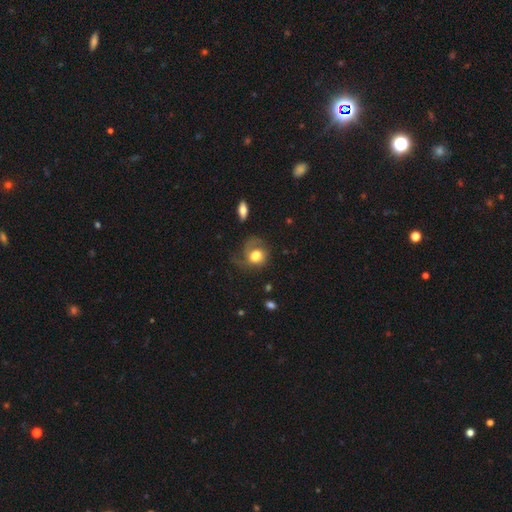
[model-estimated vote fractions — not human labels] A smooth galaxy with no disk features (56%) that is round (63%).

Vote fractions:
- Smooth or featured? smooth: 56% / featured or disk: 35% / star or artifact: 9%
- How rounded? round: 63% / in between: 36% / cigar-shaped: 1%
- Merging? none: 39% / major disturbance: 35% / minor disturbance: 23% / merger: 3%